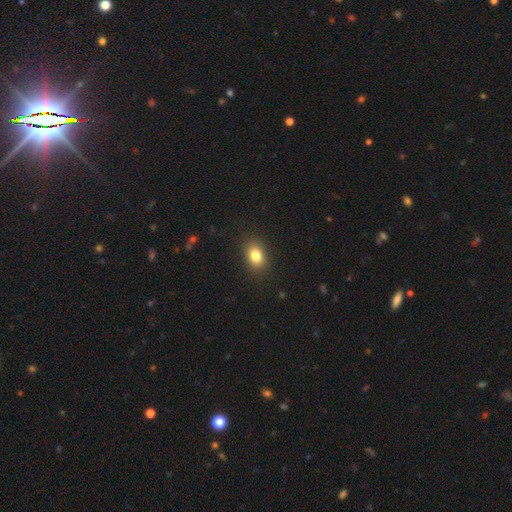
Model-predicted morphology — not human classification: smooth-or-featured: smooth: 82% | star or artifact: 10% | featured or disk: 8%
  how-rounded: in between: 74% | round: 25% | cigar-shaped: 1%
  merging: none: 87% | minor disturbance: 9% | major disturbance: 3% | merger: 1%